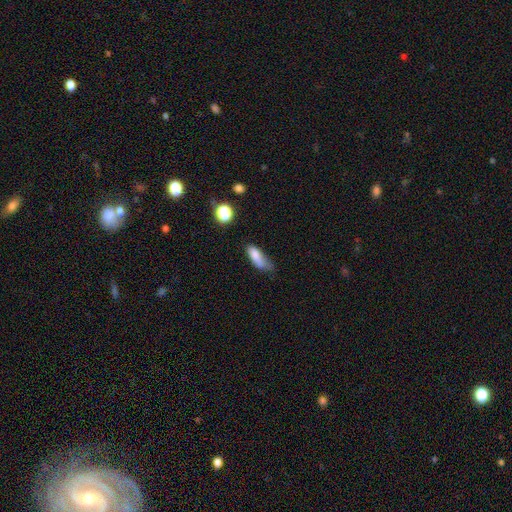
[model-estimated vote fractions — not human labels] smooth_or_featured: smooth (p=0.78) [alt: featured or disk p=0.13]
how_rounded: in between (p=0.65) [alt: cigar-shaped p=0.32]
merging: minor disturbance (p=0.40) [alt: none p=0.34]